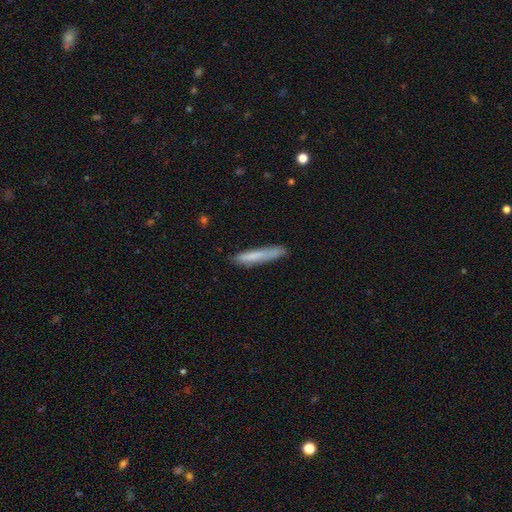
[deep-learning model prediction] This is likely a smooth galaxy (75%). How rounded: clearly cigar-shaped (95%). Merging: clearly none (82%).